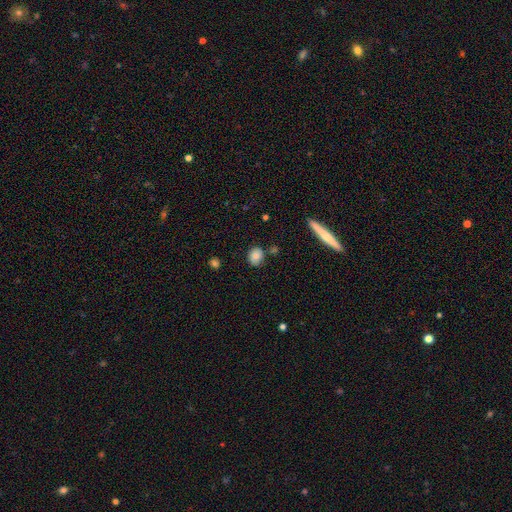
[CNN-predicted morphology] type=smooth (83%); roundness=round (50%); merging=none (73%).